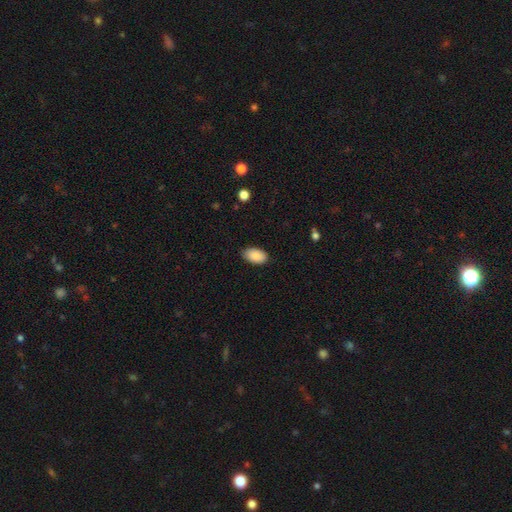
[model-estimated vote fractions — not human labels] The model was most divided on "merging": none: 84%, minor disturbance: 12%, major disturbance: 2%, merger: 1%. More confident: how rounded — in between (94%); smooth or featured — smooth (89%).